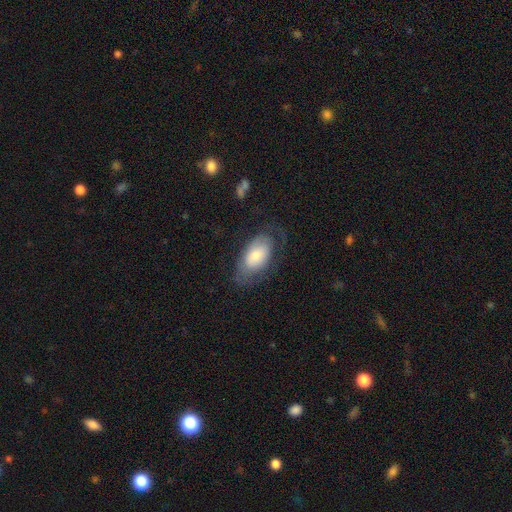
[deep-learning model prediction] Morphology: type=smooth (60%); roundness=in between (92%); merging=none (56%).